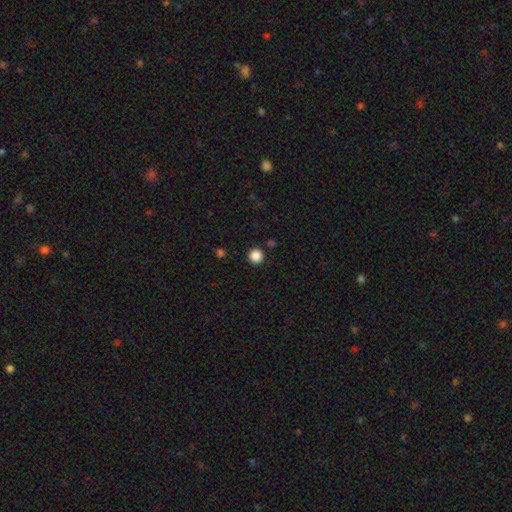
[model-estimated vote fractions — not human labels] The model was most divided on "smooth or featured": smooth: 87%, star or artifact: 11%, featured or disk: 2%. More confident: how rounded — round (95%); merging — none (92%).